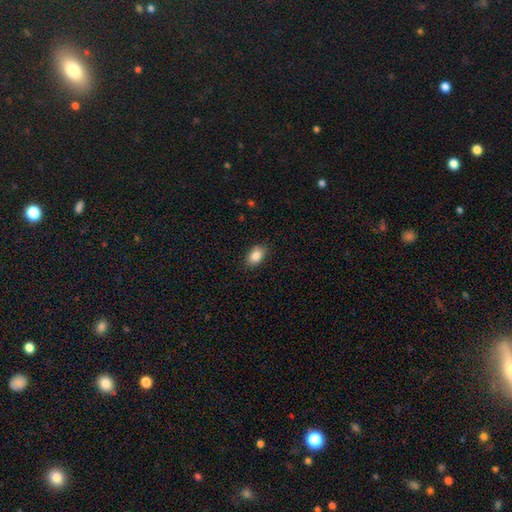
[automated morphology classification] This is clearly a smooth galaxy (87%). How rounded: clearly in between (88%). Merging: clearly none (87%).